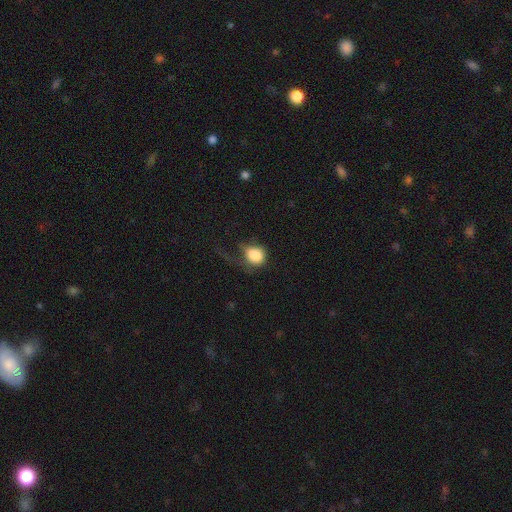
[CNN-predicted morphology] The model was most divided on "merging": major disturbance: 42%, none: 29%, minor disturbance: 25%, merger: 3%. More confident: smooth or featured — smooth (83%); how rounded — round (58%).